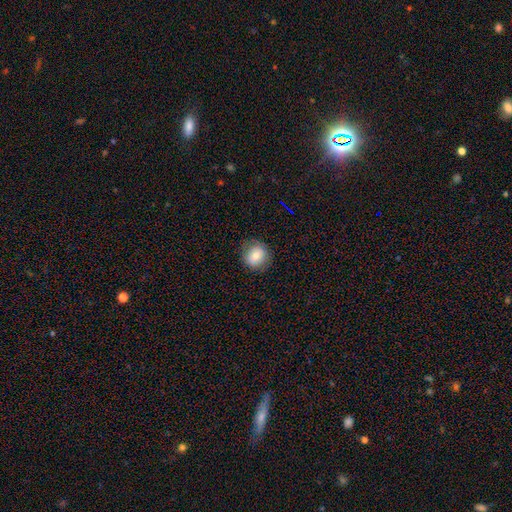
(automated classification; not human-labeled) Smooth or featured?
  - smooth: 75% *
  - featured or disk: 16%
  - star or artifact: 9%
How rounded?
  - round: 78% *
  - in between: 21%
  - cigar-shaped: 1%
Merging?
  - none: 80% *
  - minor disturbance: 14%
  - major disturbance: 5%
  - merger: 1%